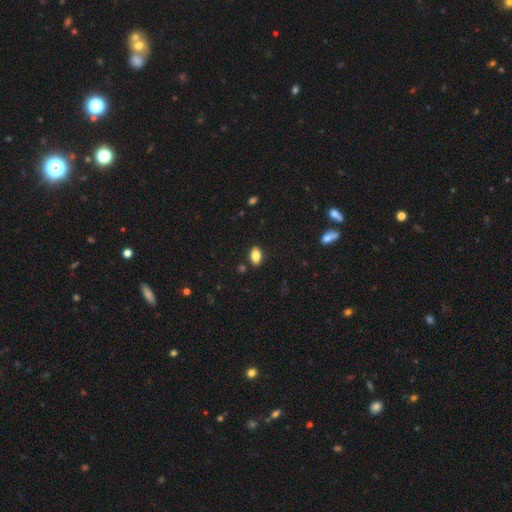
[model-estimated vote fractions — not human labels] smooth-or-featured: smooth: 82% | featured or disk: 9% | star or artifact: 9%
  how-rounded: in between: 87% | round: 11% | cigar-shaped: 2%
  merging: none: 87% | minor disturbance: 9% | major disturbance: 2% | merger: 2%